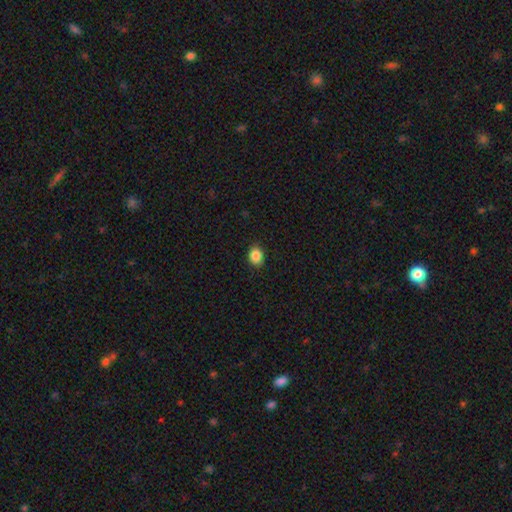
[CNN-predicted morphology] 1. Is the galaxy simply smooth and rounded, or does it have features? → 88% smooth, 9% star or artifact, 4% featured or disk.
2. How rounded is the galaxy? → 52% in between, 47% round, 1% cigar-shaped.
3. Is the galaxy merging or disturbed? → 88% none, 9% minor disturbance, 2% major disturbance, 1% merger.